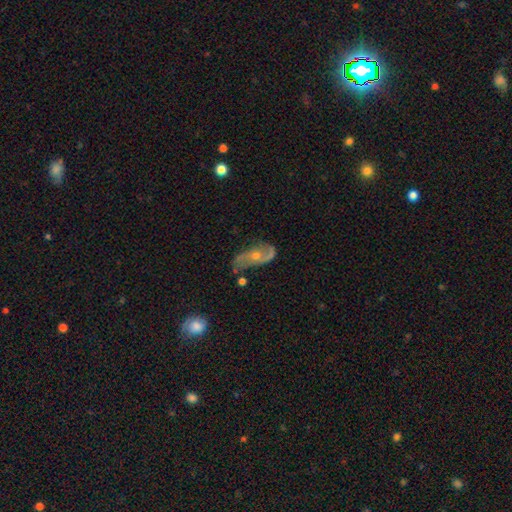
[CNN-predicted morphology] Smooth or featured? featured or disk (80%)
Edge-on disk? no (93%)
Bar? no (66%)
Spiral arms? yes (91%)
Spiral winding? loose (59%)
Spiral arm count? 2 (86%)
Bulge size? small (49%)
Merging? none (59%)